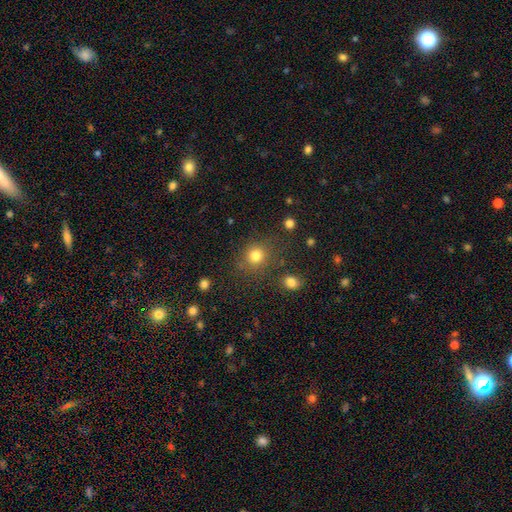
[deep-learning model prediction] A smooth galaxy with no disk features (80%) that is round (85%). Merging: none (78%).